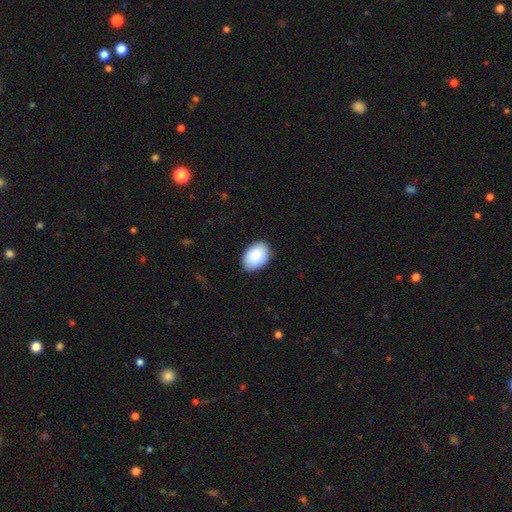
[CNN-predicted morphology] smooth_or_featured: smooth (p=0.89) [alt: star or artifact p=0.06]
how_rounded: in between (p=0.86) [alt: round p=0.13]
merging: none (p=0.86) [alt: minor disturbance p=0.11]